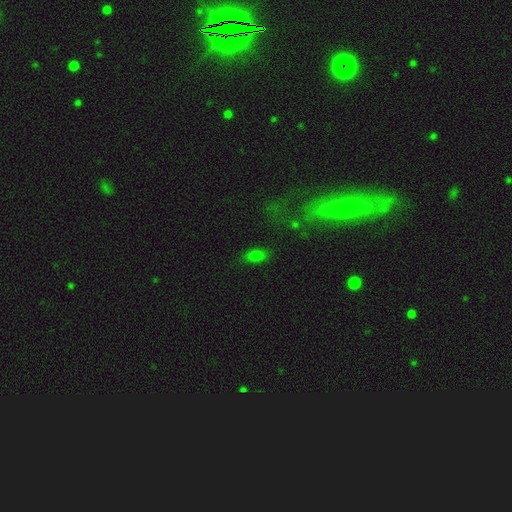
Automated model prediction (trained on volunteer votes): Smooth or featured: smooth — 76% (star or artifact — 17%)
How rounded: in between — 87% (round — 7%)
Merging: none — 80% (minor disturbance — 12%)